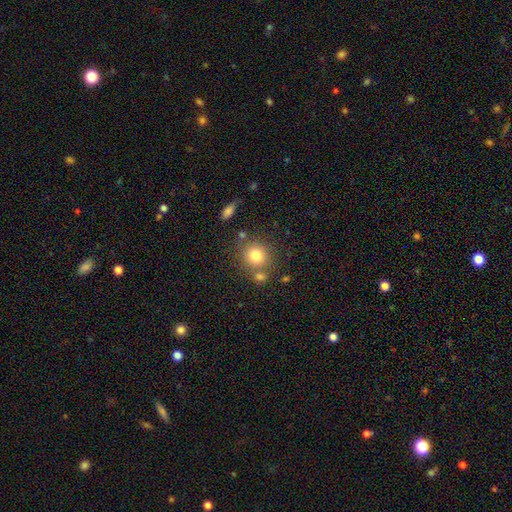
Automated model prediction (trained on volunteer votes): The model was most divided on "merging": none: 71%, merger: 15%, minor disturbance: 10%, major disturbance: 4%. More confident: how rounded — round (87%); smooth or featured — smooth (79%).